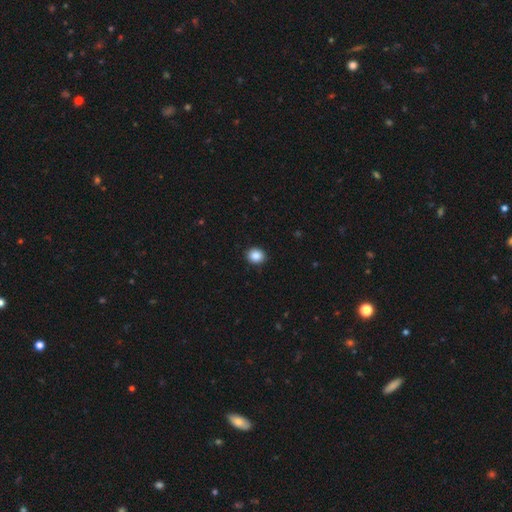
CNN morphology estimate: This appears to be a smooth galaxy with no disk features (87%) that is round (73%). Merging: none (91%).